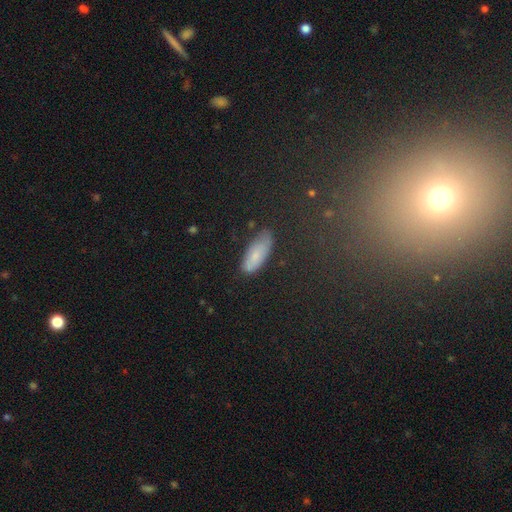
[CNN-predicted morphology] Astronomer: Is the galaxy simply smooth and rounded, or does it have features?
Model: smooth — 71%.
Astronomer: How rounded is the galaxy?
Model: in between — 73%.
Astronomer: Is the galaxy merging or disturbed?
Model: none — 74%.